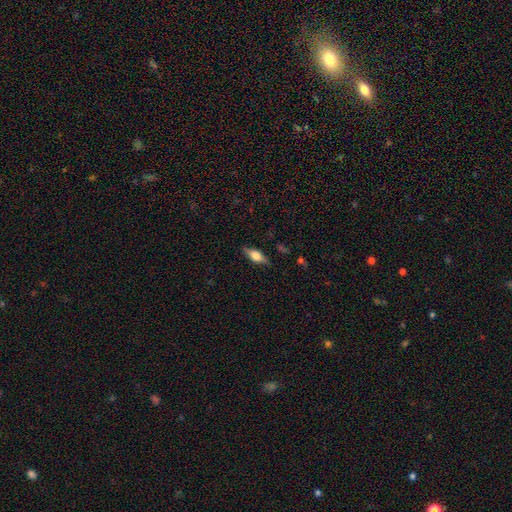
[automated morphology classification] Q: Smooth or featured?
A: smooth (49%); runner-up: featured or disk (44%)
Q: Merging?
A: none (83%); runner-up: minor disturbance (13%)